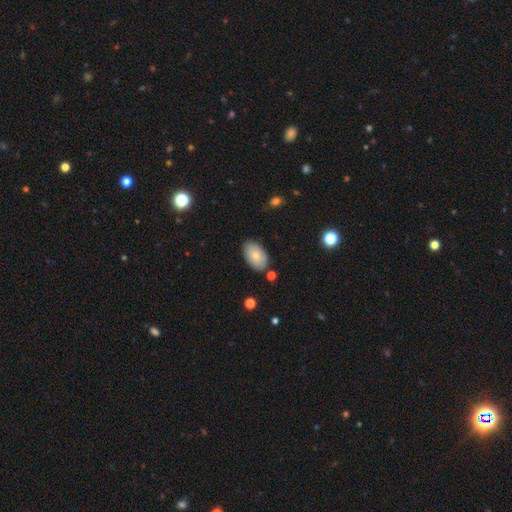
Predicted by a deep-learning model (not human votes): Smooth or featured: smooth — 77% (featured or disk — 16%)
How rounded: in between — 93% (round — 6%)
Merging: none — 84% (minor disturbance — 12%)